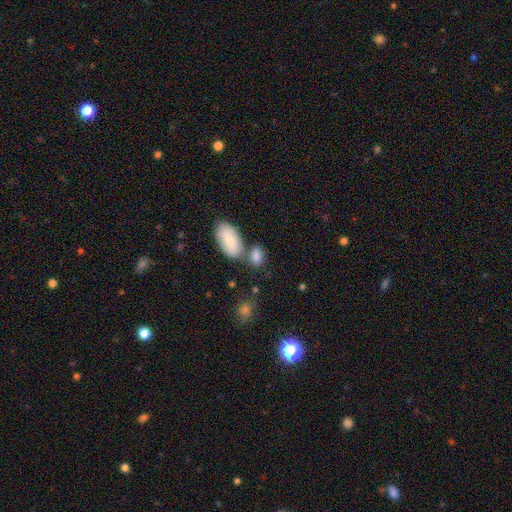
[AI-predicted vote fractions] Smooth or featured? smooth (80%)
How rounded? in between (84%)
Merging? none (50%)